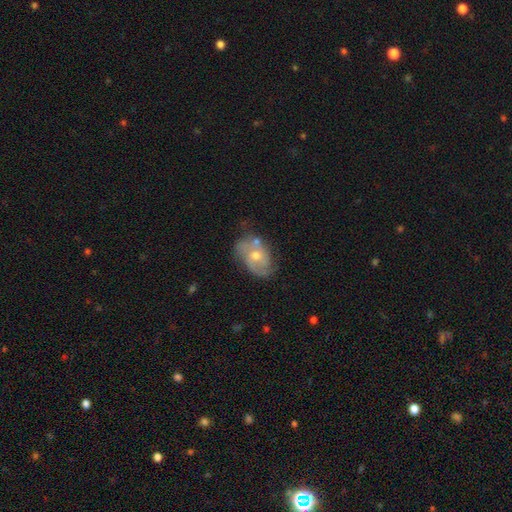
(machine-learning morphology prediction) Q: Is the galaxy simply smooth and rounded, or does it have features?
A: featured or disk — 68%.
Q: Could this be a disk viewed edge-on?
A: no — 96%.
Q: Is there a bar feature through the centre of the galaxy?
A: no — 70%.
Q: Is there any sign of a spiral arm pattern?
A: yes — 79%.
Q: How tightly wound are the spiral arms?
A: medium — 45%.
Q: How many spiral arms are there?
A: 2 — 55%.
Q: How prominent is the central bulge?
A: moderate — 64%.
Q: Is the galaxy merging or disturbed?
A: none — 54%.